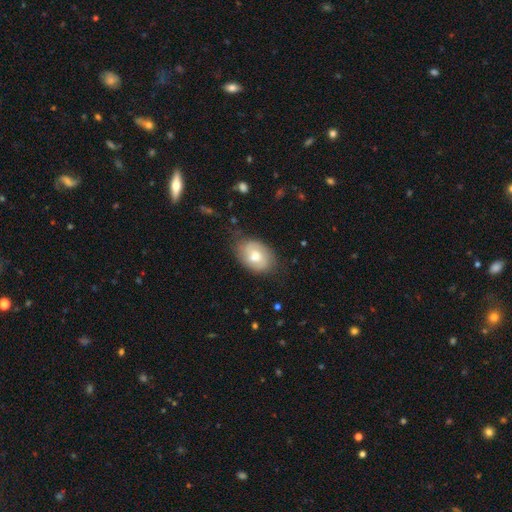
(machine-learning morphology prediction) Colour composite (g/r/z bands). It shows a smooth galaxy with no disk features (58%) that is in between round and cigar-shaped (80%). Merging: none (68%).